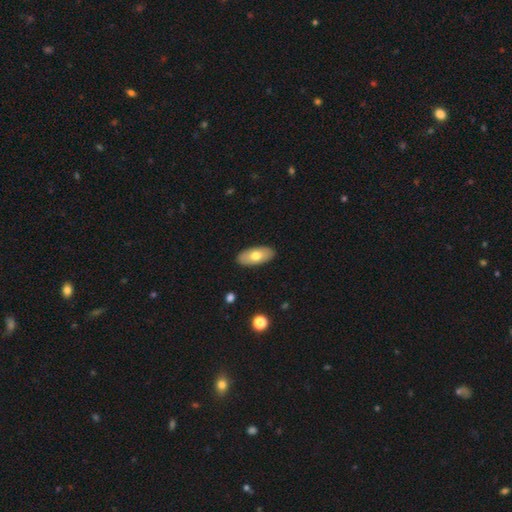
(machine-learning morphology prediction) smooth 68%, featured or disk 27%, star or artifact 6%. Down the decision tree: how rounded — in between (91%); merging — none (90%).